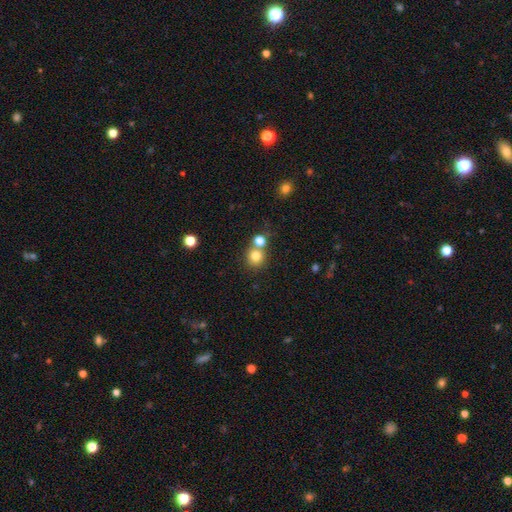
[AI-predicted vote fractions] Q: Smooth or featured?
A: smooth (79%); runner-up: star or artifact (13%)
Q: How rounded?
A: round (90%); runner-up: in between (10%)
Q: Merging?
A: none (64%); runner-up: merger (26%)